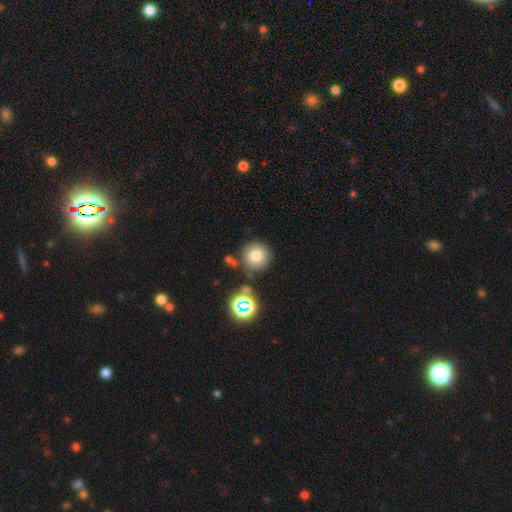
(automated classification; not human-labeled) smooth-or-featured: smooth: 76% | star or artifact: 14% | featured or disk: 10%
  how-rounded: round: 94% | in between: 5% | cigar-shaped: 1%
  merging: none: 76% | minor disturbance: 11% | merger: 9% | major disturbance: 4%